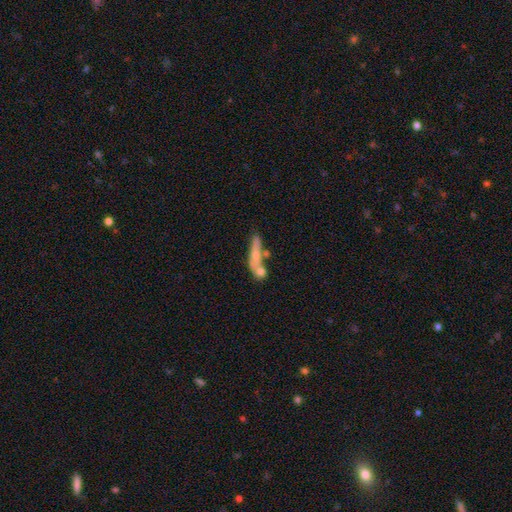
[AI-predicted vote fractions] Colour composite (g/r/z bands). It shows a smooth galaxy with no disk features (55%) that is cigar-shaped (72%). Merging: none (43%).